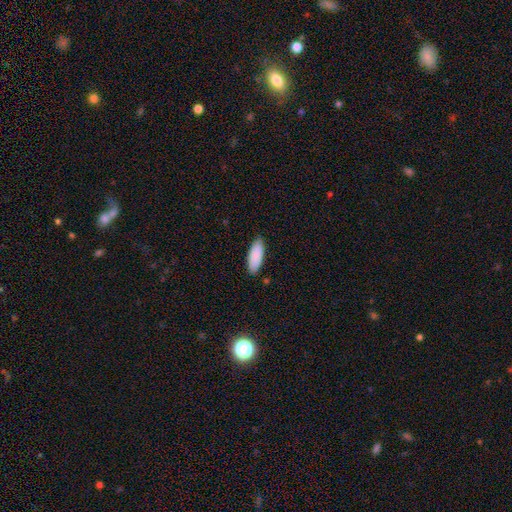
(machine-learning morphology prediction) This appears to be a smooth galaxy with no disk features (89%) that is in between round and cigar-shaped (73%). Merging: none (86%).